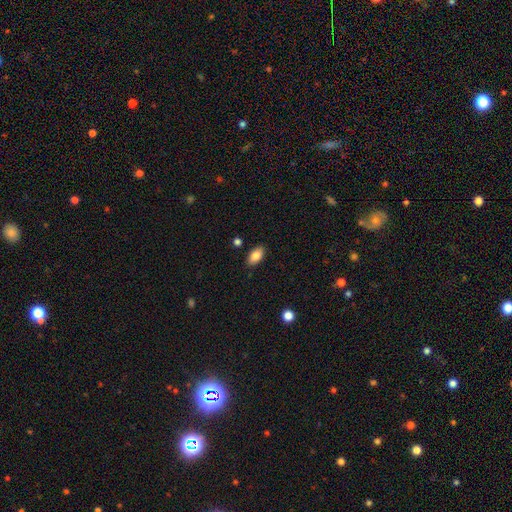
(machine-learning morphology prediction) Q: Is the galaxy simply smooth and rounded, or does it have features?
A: smooth — 85%.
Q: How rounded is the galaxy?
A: in between — 92%.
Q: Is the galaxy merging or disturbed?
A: none — 87%.